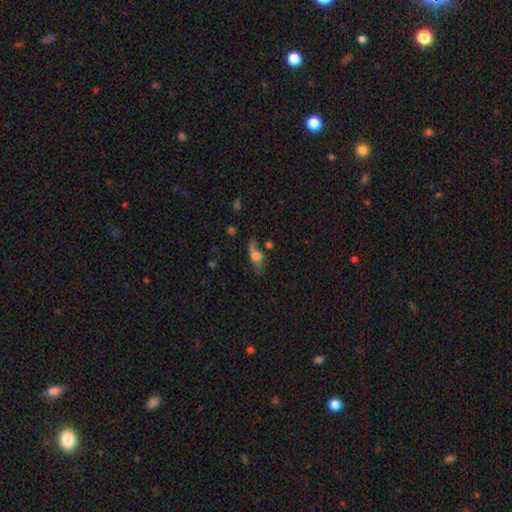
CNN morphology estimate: Smooth or featured? Predicted: smooth (p=0.47). Merging? Predicted: none (p=0.46).